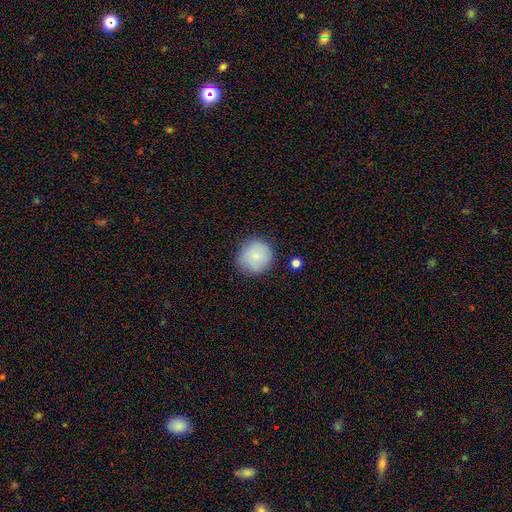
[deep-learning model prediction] This is clearly a smooth galaxy (85%). How rounded: clearly round (91%). Merging: clearly none (80%).